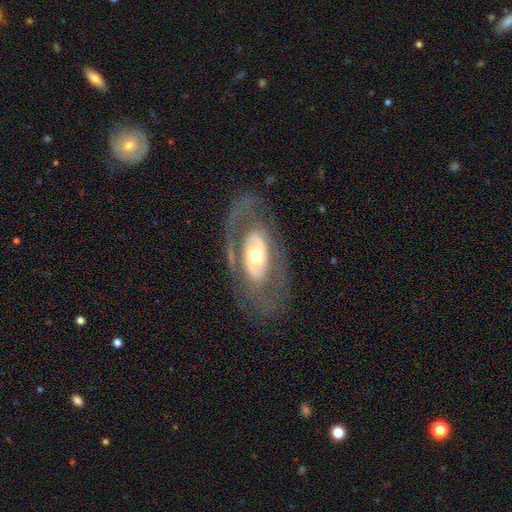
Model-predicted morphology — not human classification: smooth_or_featured: featured or disk (p=0.74) [alt: smooth p=0.20]
disk_edge_on: no (p=0.89) [alt: yes p=0.11]
bar: no (p=0.71) [alt: weak p=0.18]
has_spiral_arms: no (p=0.55) [alt: yes p=0.45]
bulge_size: moderate (p=0.66) [alt: small p=0.18]
merging: none (p=0.71) [alt: minor disturbance p=0.14]